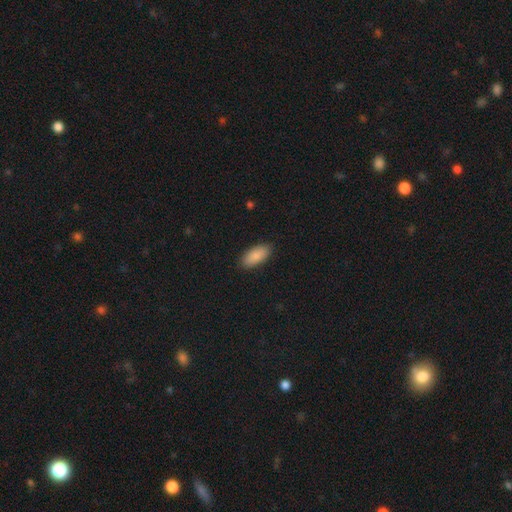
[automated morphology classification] A smooth galaxy with no disk features (88%) that is in between round and cigar-shaped (90%). Merging: none (88%).